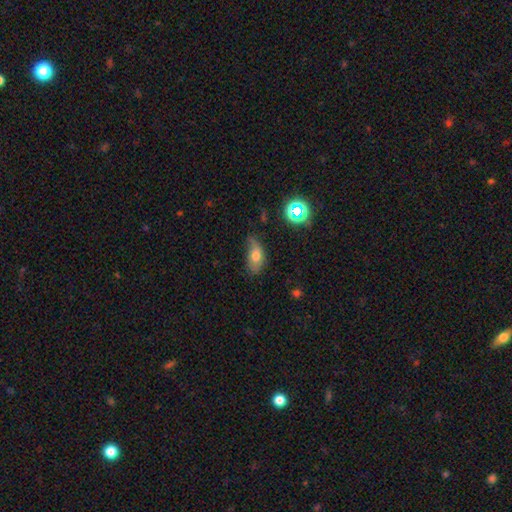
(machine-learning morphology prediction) Smooth or featured? Predicted: smooth (p=0.68). How rounded? Predicted: in between (p=0.86). Merging? Predicted: none (p=0.42).